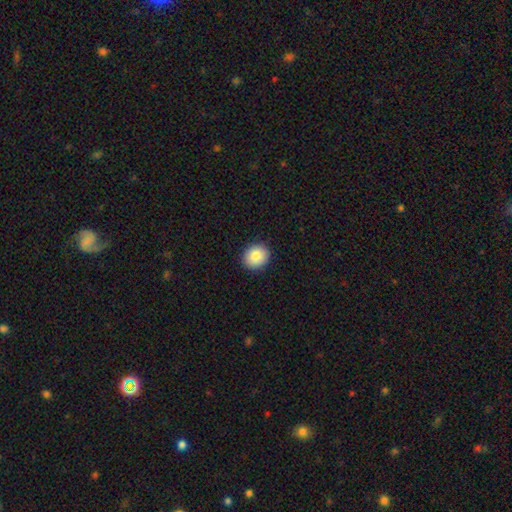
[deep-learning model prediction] This appears to be a smooth galaxy with no disk features (85%) that is round (74%). Merging: none (90%).